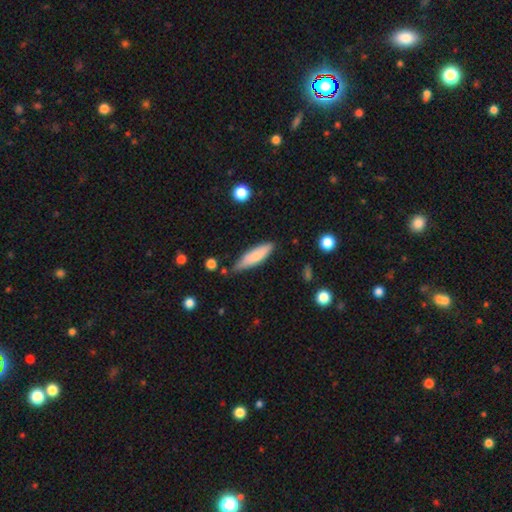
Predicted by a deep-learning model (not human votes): smooth 78%, featured or disk 17%, star or artifact 6%. Down the decision tree: how rounded — cigar-shaped (64%); merging — none (69%).